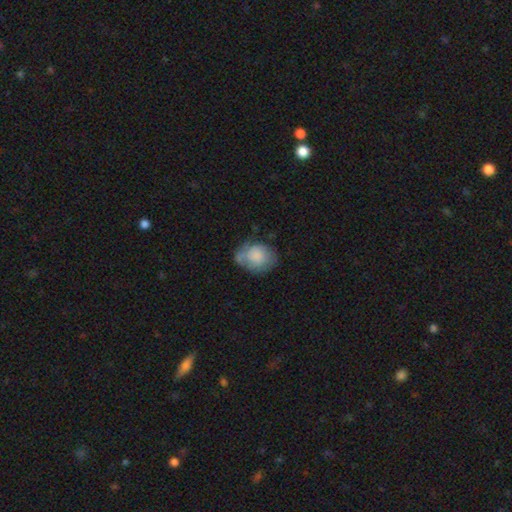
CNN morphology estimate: smooth_or_featured: smooth (p=0.73) [alt: featured or disk p=0.20]
how_rounded: round (p=0.51) [alt: in between p=0.48]
merging: none (p=0.42) [alt: minor disturbance p=0.34]